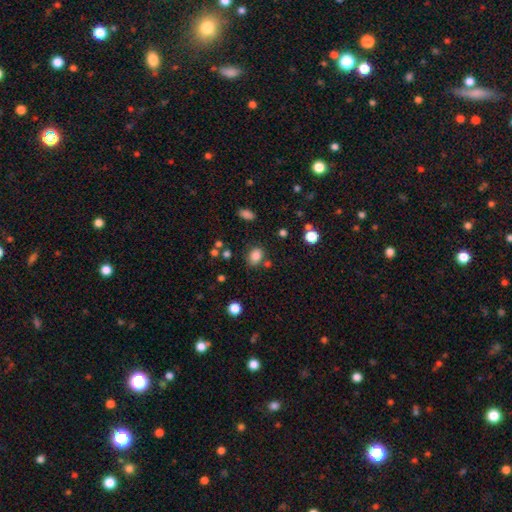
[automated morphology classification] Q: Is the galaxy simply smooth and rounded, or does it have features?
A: smooth — 83%.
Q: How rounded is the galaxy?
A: in between — 65%.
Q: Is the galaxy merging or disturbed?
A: none — 74%.